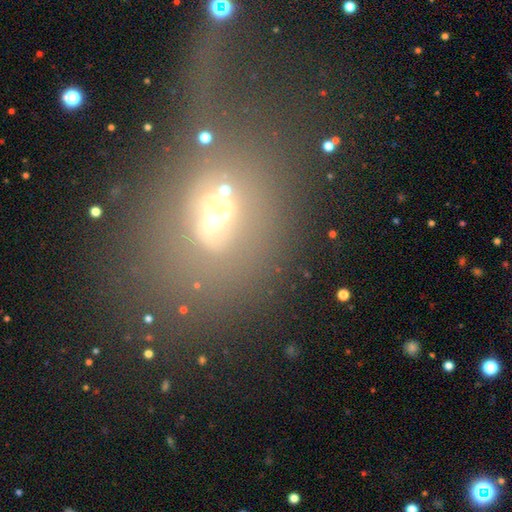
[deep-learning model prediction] A smooth galaxy with no disk features (37%).

Vote fractions:
- Smooth or featured? smooth: 37% / featured or disk: 32% / star or artifact: 30%
- Merging? major disturbance: 34% / none: 30% / merger: 21% / minor disturbance: 16%